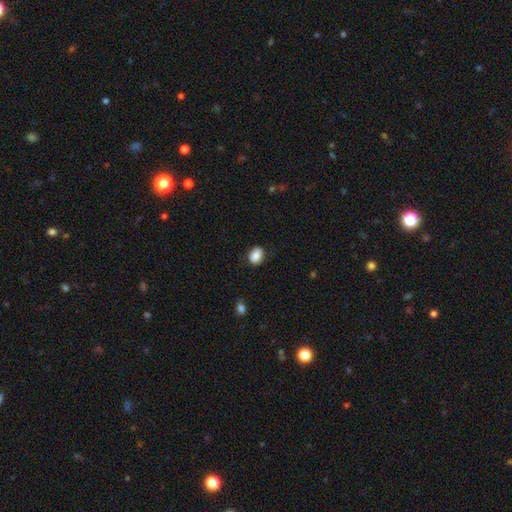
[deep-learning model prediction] smooth_or_featured: smooth (p=0.87) [alt: star or artifact p=0.08]
how_rounded: in between (p=0.66) [alt: round p=0.33]
merging: none (p=0.80) [alt: minor disturbance p=0.16]